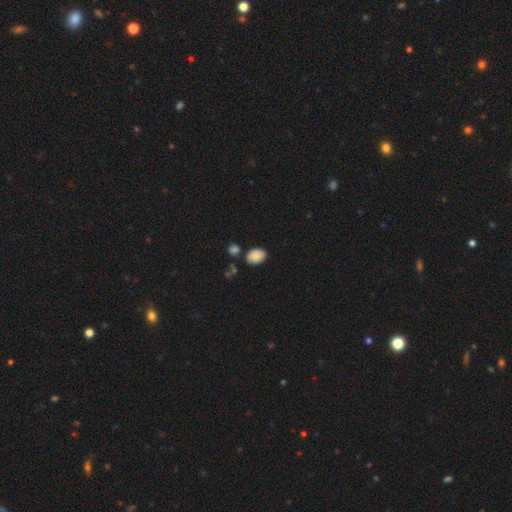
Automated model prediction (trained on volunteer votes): This is clearly a smooth galaxy (85%). How rounded: clearly in between (83%). Merging: likely none (69%).